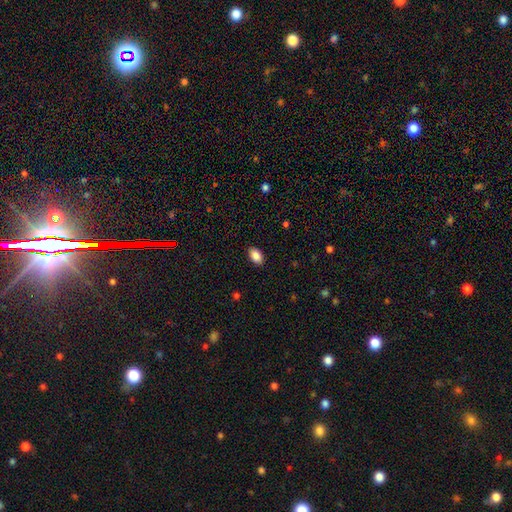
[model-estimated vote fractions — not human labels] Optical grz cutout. It shows a smooth galaxy with no disk features (88%) that is in between round and cigar-shaped (91%). Merging: none (89%).